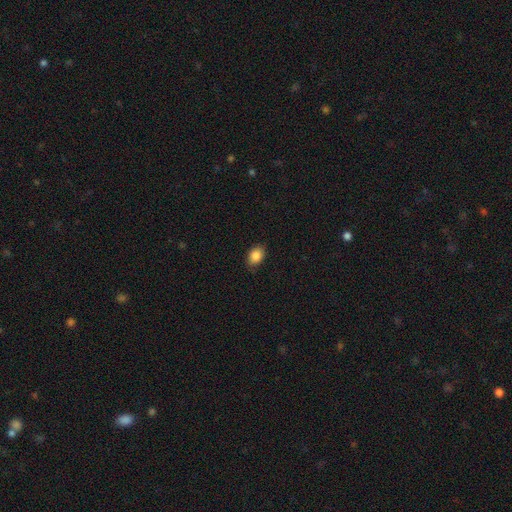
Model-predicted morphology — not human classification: Smooth or featured?
  - smooth: 86% *
  - star or artifact: 8%
  - featured or disk: 6%
How rounded?
  - in between: 73% *
  - round: 26%
  - cigar-shaped: 1%
Merging?
  - none: 83% *
  - minor disturbance: 14%
  - major disturbance: 2%
  - merger: 1%